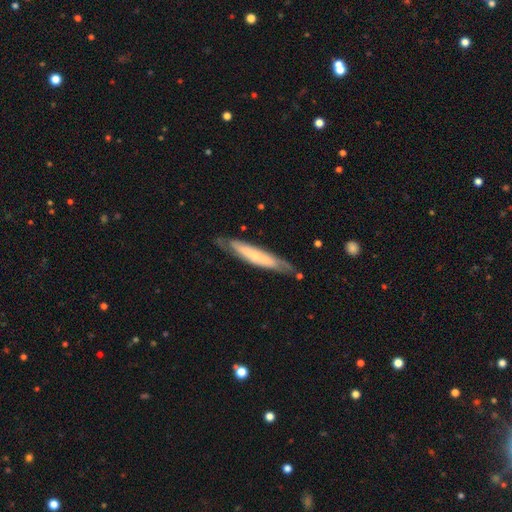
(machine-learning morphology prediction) Overall: featured or disk (54%; smooth 40%). Edge-on disk: yes (63%; no 37%). Merging: none (73%).